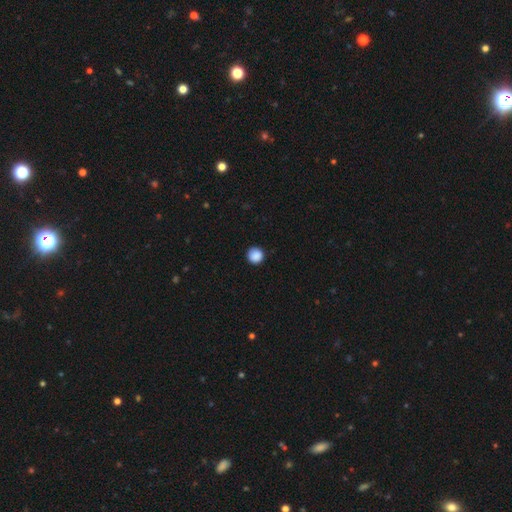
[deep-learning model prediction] Overall: smooth (88%). How rounded: round (95%). Merging: none (91%).